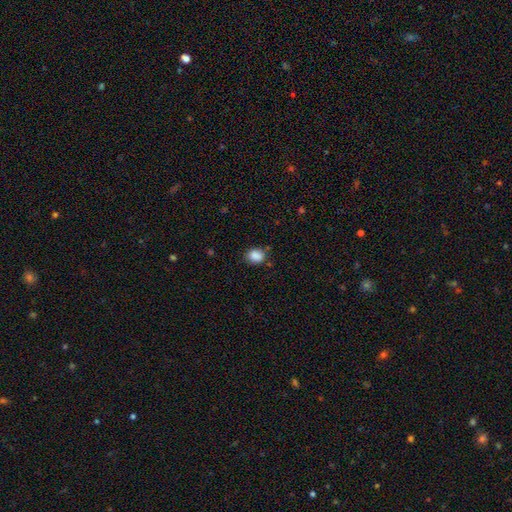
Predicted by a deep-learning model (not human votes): Overall: smooth (87%). How rounded: round (52%; in between 47%). Merging: none (74%).